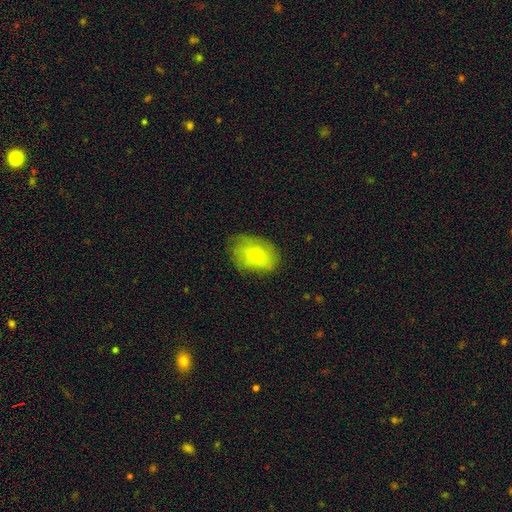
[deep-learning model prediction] Smooth or featured?
  - smooth: 74% *
  - featured or disk: 19%
  - star or artifact: 7%
How rounded?
  - in between: 85% *
  - round: 14%
  - cigar-shaped: 1%
Merging?
  - none: 60% *
  - minor disturbance: 28%
  - major disturbance: 11%
  - merger: 1%